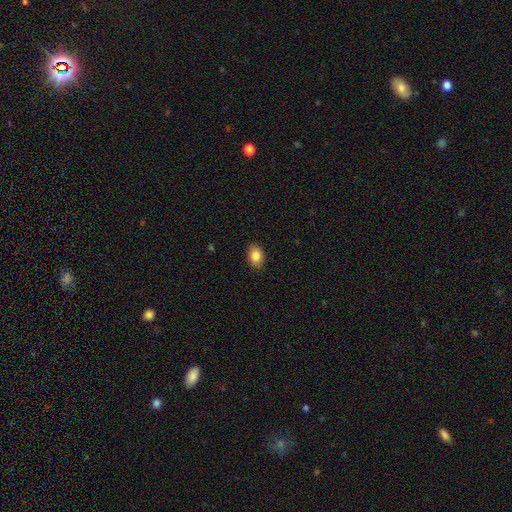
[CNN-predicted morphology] Q: Smooth or featured?
A: smooth (86%); runner-up: star or artifact (8%)
Q: How rounded?
A: in between (82%); runner-up: round (17%)
Q: Merging?
A: none (88%); runner-up: minor disturbance (9%)